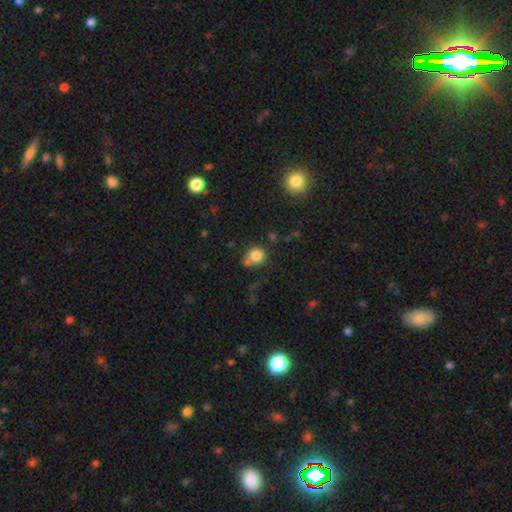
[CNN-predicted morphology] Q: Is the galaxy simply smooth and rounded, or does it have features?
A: smooth — 83%.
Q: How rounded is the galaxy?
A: round — 88%.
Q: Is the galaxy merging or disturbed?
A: none — 64%.